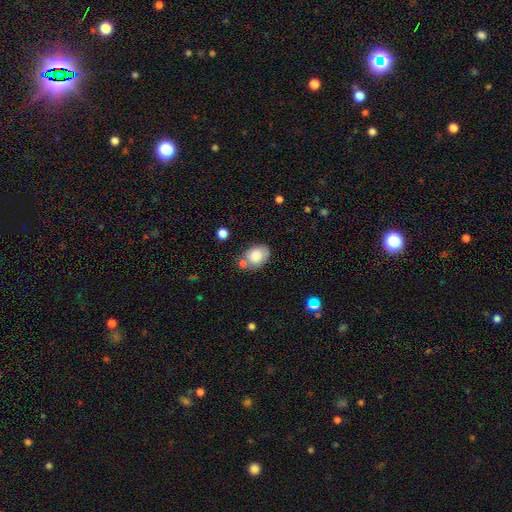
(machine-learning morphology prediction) Overall: smooth (77%). How rounded: in between (75%). Merging: none (56%; minor disturbance 20%).